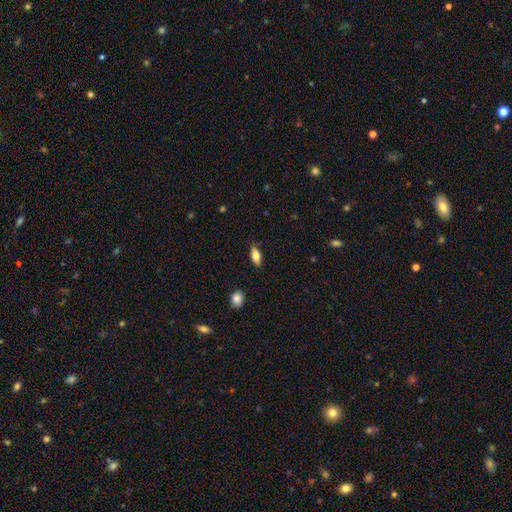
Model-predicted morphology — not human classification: Smooth or featured?
  - smooth: 76% *
  - featured or disk: 17%
  - star or artifact: 7%
How rounded?
  - in between: 83% *
  - cigar-shaped: 14%
  - round: 3%
Merging?
  - none: 85% *
  - minor disturbance: 11%
  - major disturbance: 2%
  - merger: 1%